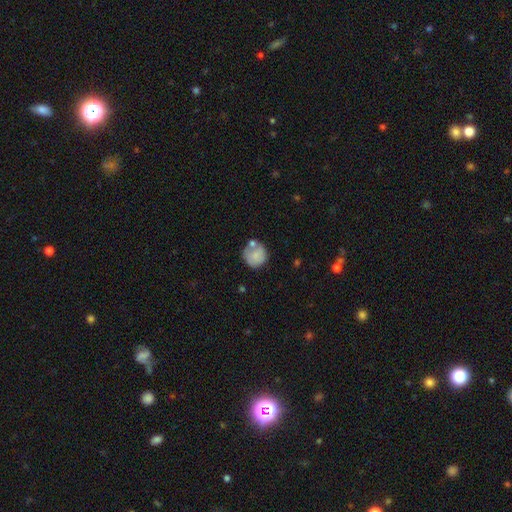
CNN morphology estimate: smooth-or-featured: smooth: 77% | featured or disk: 15% | star or artifact: 8%
  how-rounded: round: 87% | in between: 12% | cigar-shaped: 1%
  merging: none: 55% | minor disturbance: 20% | merger: 17% | major disturbance: 8%